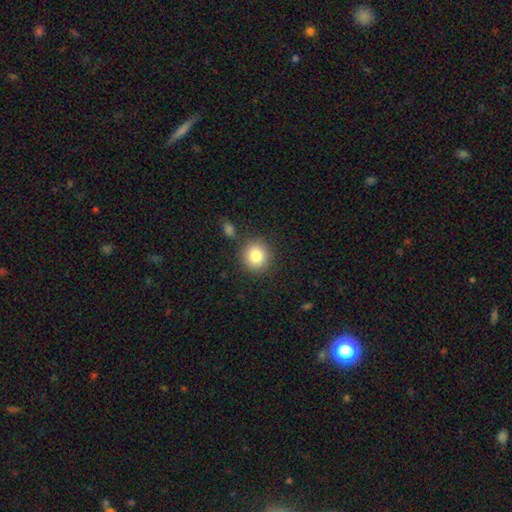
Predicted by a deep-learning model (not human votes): Smooth or featured: smooth — 83% (star or artifact — 10%)
How rounded: round — 88% (in between — 11%)
Merging: none — 83% (minor disturbance — 9%)